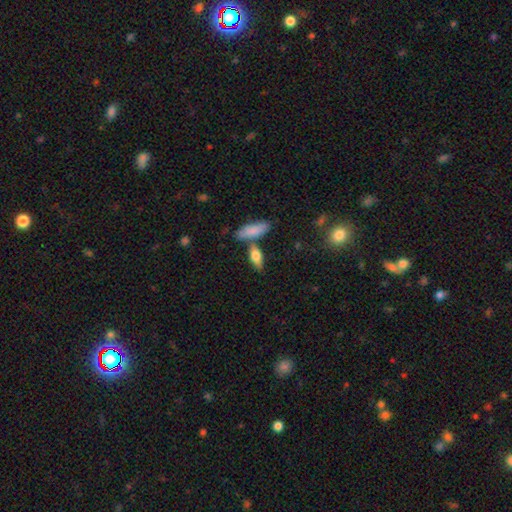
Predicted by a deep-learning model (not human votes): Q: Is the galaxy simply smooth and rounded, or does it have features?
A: smooth — 70%.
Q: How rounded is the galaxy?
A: in between — 67%.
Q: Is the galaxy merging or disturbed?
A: none — 62%.